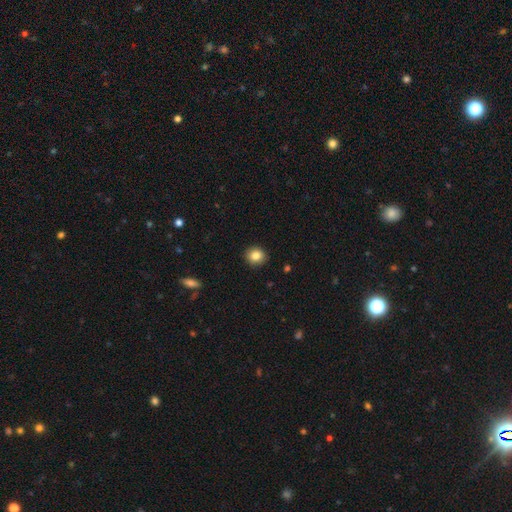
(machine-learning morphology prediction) Smooth or featured: smooth — 84% (star or artifact — 10%)
How rounded: round — 81% (in between — 18%)
Merging: none — 91% (minor disturbance — 7%)